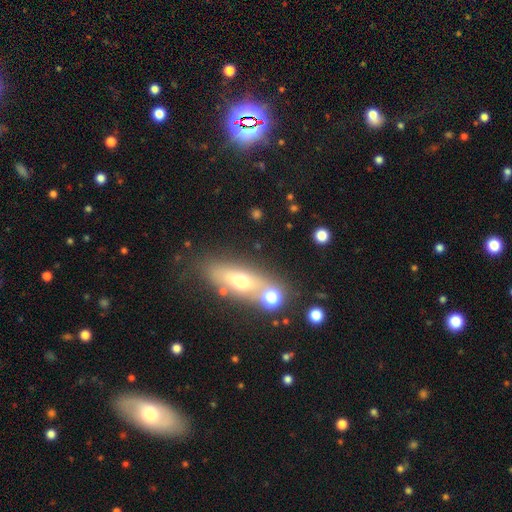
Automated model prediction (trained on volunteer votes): Morphology: type=smooth (45%); merging=none (59%).